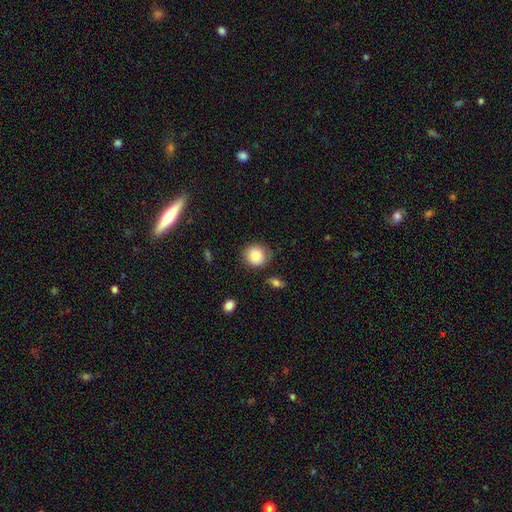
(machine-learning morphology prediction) Smooth or featured?
  - smooth: 83% *
  - star or artifact: 9%
  - featured or disk: 8%
How rounded?
  - round: 86% *
  - in between: 13%
  - cigar-shaped: 1%
Merging?
  - none: 76% *
  - minor disturbance: 17%
  - major disturbance: 4%
  - merger: 2%